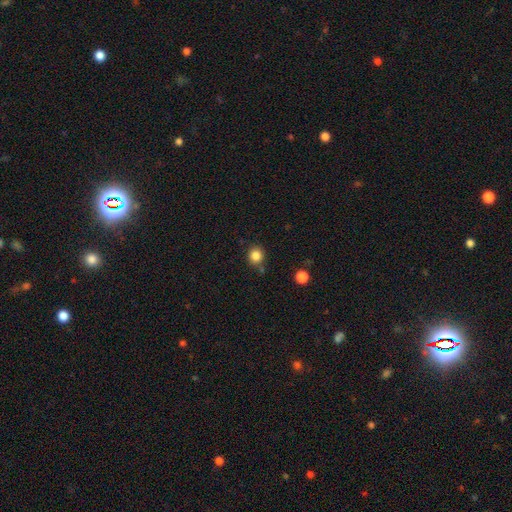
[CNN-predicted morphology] This appears to be a smooth galaxy with no disk features (84%) that is round (89%). Merging: none (80%).